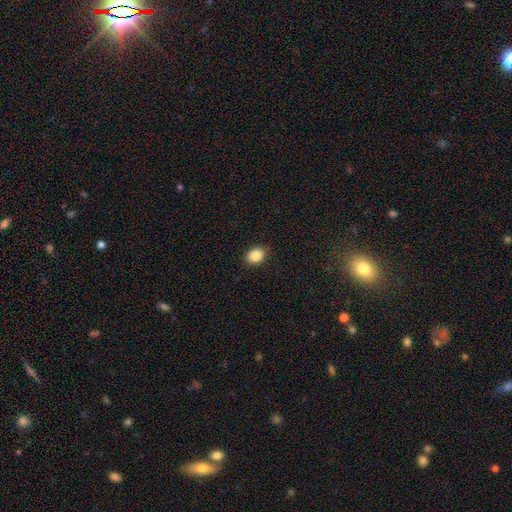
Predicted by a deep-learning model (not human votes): Smooth or featured: smooth — 87% (star or artifact — 8%)
How rounded: in between — 65% (round — 34%)
Merging: none — 89% (minor disturbance — 8%)